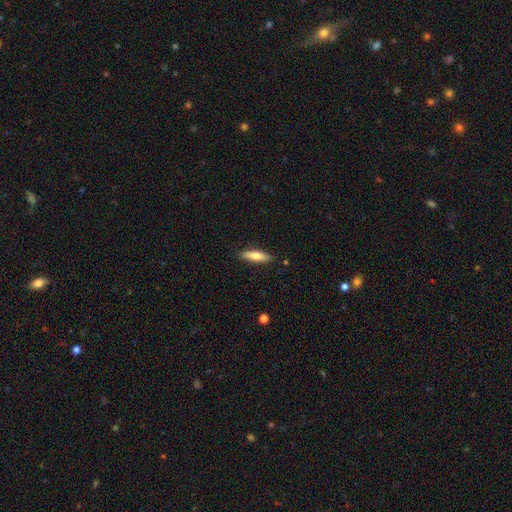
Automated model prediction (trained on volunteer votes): Smooth or featured?
  - smooth: 76% *
  - featured or disk: 18%
  - star or artifact: 6%
How rounded?
  - cigar-shaped: 65% *
  - in between: 33%
  - round: 2%
Merging?
  - none: 87% *
  - minor disturbance: 10%
  - major disturbance: 2%
  - merger: 1%